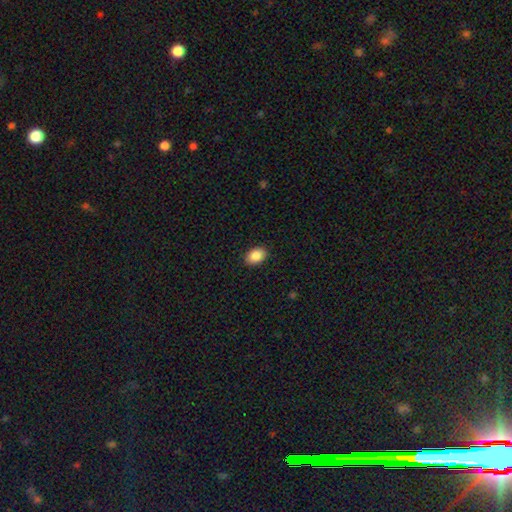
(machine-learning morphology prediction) This is clearly a smooth galaxy (87%). How rounded: likely in between (79%). Merging: clearly none (89%).